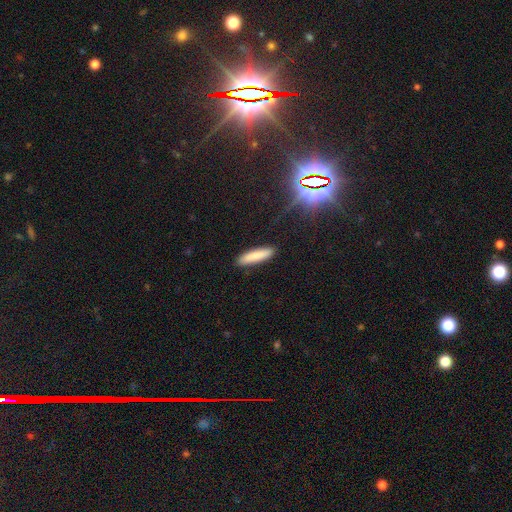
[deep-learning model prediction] This is clearly a smooth galaxy (85%). How rounded: likely cigar-shaped (79%). Merging: clearly none (89%).